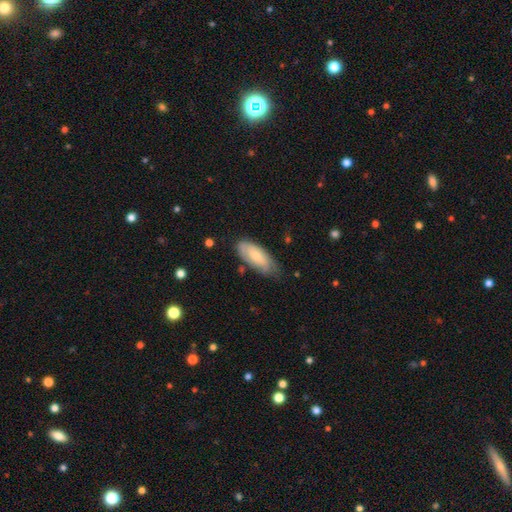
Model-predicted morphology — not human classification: Smooth or featured? Predicted: smooth (p=0.68). How rounded? Predicted: in between (p=0.84). Merging? Predicted: none (p=0.63).